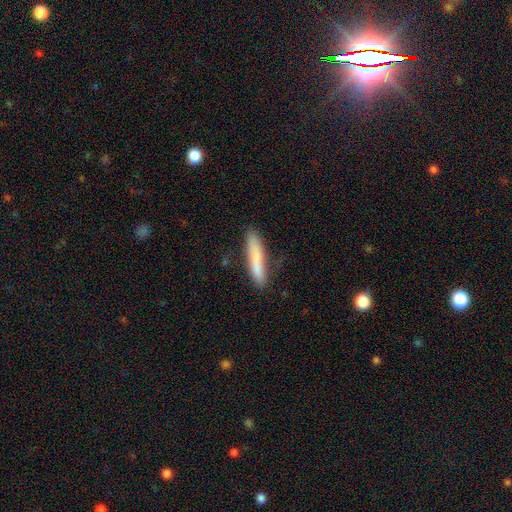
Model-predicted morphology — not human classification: Smooth or featured?
  - smooth: 78% *
  - featured or disk: 15%
  - star or artifact: 6%
How rounded?
  - cigar-shaped: 90% *
  - in between: 8%
  - round: 1%
Merging?
  - none: 74% *
  - minor disturbance: 19%
  - major disturbance: 4%
  - merger: 2%